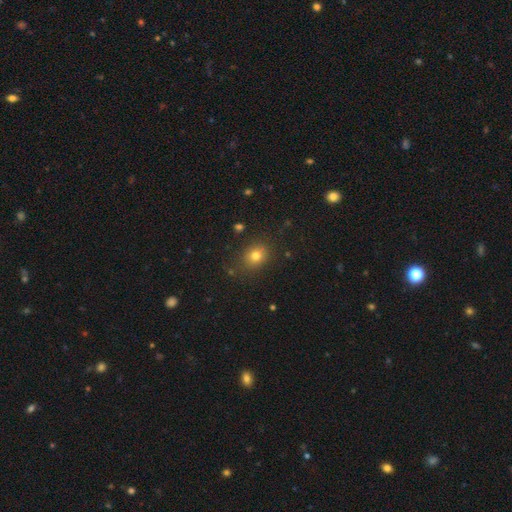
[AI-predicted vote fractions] Q: Smooth or featured?
A: smooth (77%); runner-up: star or artifact (14%)
Q: How rounded?
A: round (51%); runner-up: in between (48%)
Q: Merging?
A: none (81%); runner-up: minor disturbance (12%)